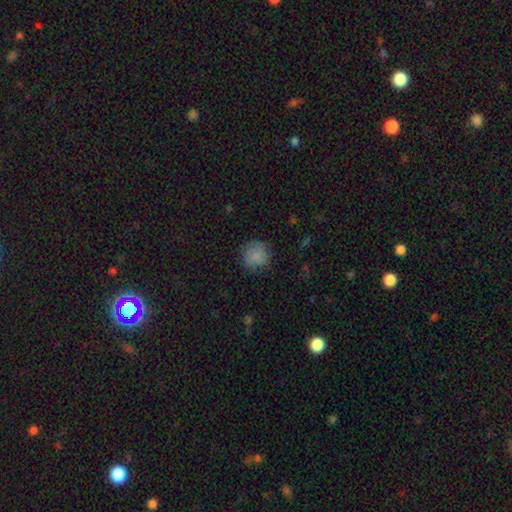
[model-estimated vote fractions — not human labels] smooth 83%, star or artifact 9%, featured or disk 8%. Down the decision tree: how rounded — round (91%); merging — none (77%).